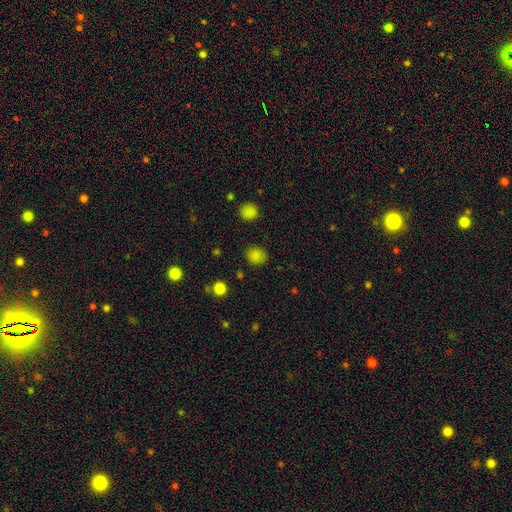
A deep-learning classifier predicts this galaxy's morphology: type=smooth (82%); roundness=round (73%); merging=none (86%).